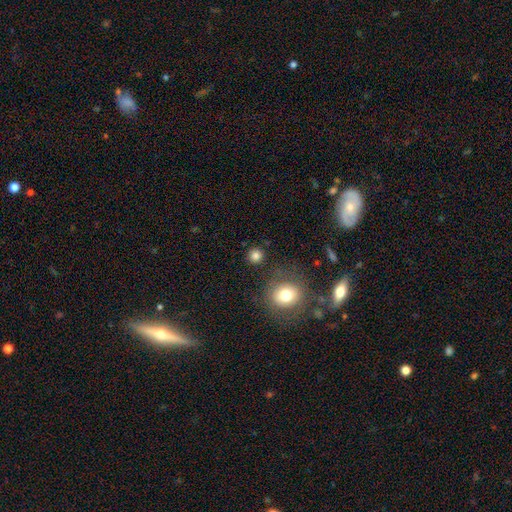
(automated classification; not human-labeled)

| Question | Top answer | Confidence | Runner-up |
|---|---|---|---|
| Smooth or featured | smooth | 81% | star or artifact (14%) |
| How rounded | round | 92% | in between (7%) |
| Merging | none | 87% | minor disturbance (7%) |